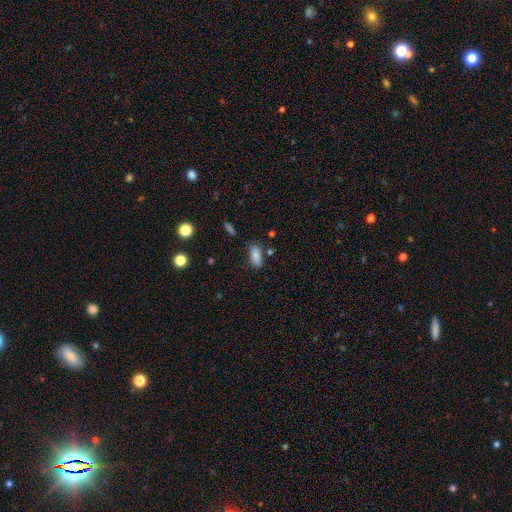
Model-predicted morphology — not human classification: Smooth or featured?
  - smooth: 86% *
  - star or artifact: 8%
  - featured or disk: 6%
How rounded?
  - in between: 81% *
  - cigar-shaped: 17%
  - round: 2%
Merging?
  - none: 74% *
  - minor disturbance: 18%
  - merger: 4%
  - major disturbance: 4%